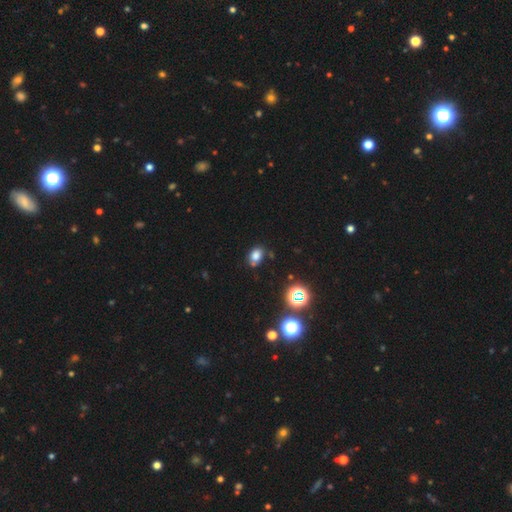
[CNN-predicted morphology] smooth 75%, star or artifact 18%, featured or disk 8%. Down the decision tree: how rounded — in between (70%); merging — none (74%).